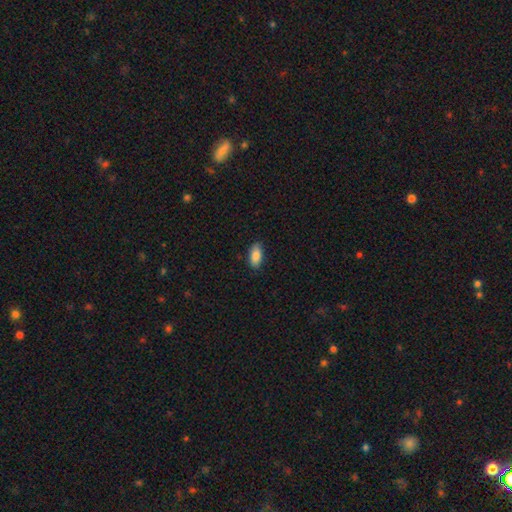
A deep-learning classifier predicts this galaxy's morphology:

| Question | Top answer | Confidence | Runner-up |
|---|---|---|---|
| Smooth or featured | smooth | 87% | star or artifact (7%) |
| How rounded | in between | 89% | cigar-shaped (9%) |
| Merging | none | 87% | minor disturbance (10%) |